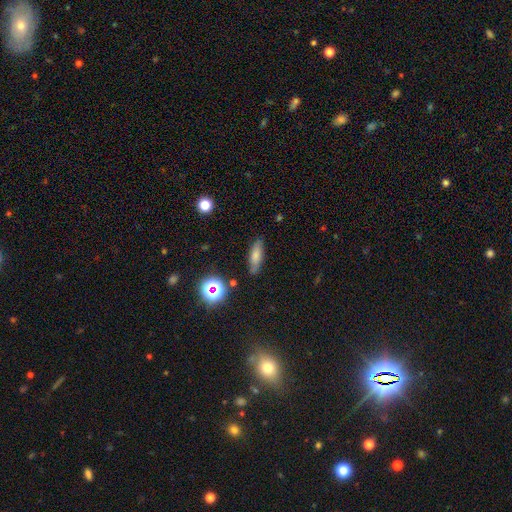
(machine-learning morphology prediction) smooth 68%, featured or disk 20%, star or artifact 12%. Down the decision tree: how rounded — cigar-shaped (50%); merging — none (81%).